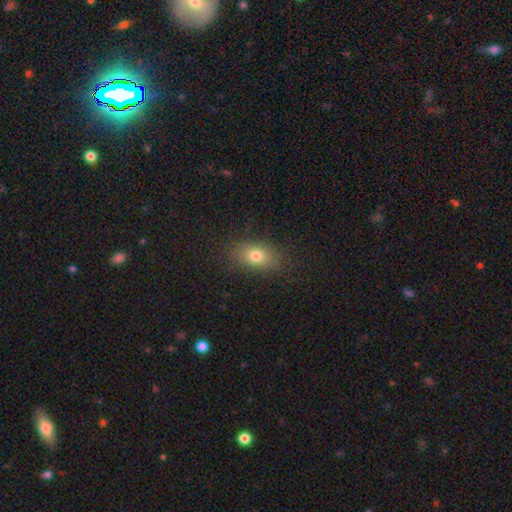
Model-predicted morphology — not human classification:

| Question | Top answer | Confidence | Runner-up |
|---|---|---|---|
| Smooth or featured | smooth | 77% | featured or disk (12%) |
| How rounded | in between | 80% | round (16%) |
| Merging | none | 83% | minor disturbance (12%) |